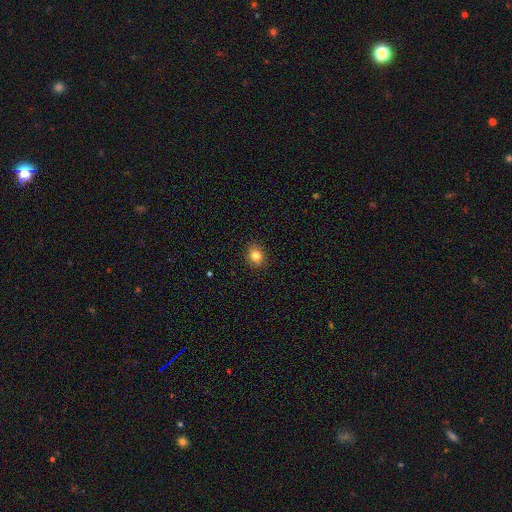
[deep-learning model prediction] Smooth or featured: smooth — 82% (star or artifact — 11%)
How rounded: round — 67% (in between — 32%)
Merging: none — 90% (minor disturbance — 7%)